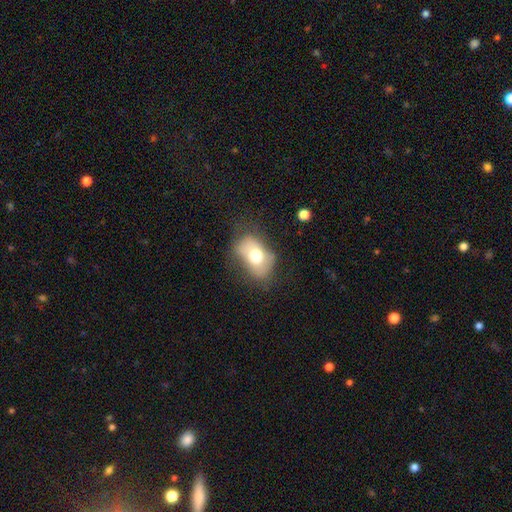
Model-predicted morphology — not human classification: type=smooth (65%); roundness=in between (81%); merging=none (47%).